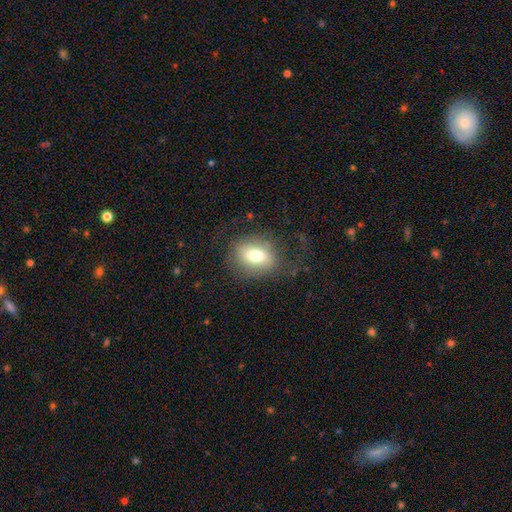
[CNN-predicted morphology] smooth 70%, featured or disk 21%, star or artifact 9%. Down the decision tree: how rounded — in between (61%); merging — none (64%).